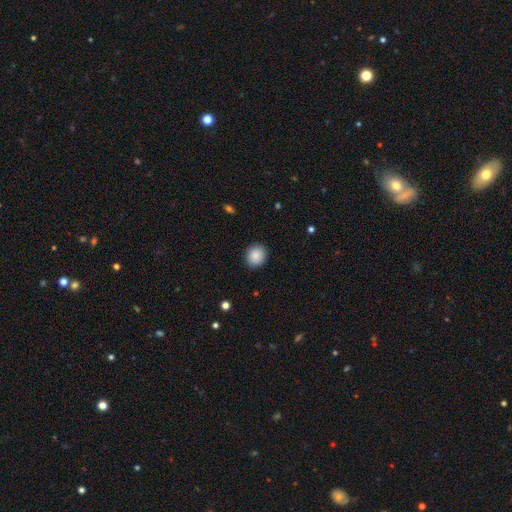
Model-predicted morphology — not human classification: Smooth or featured? smooth (88%)
How rounded? round (79%)
Merging? none (90%)